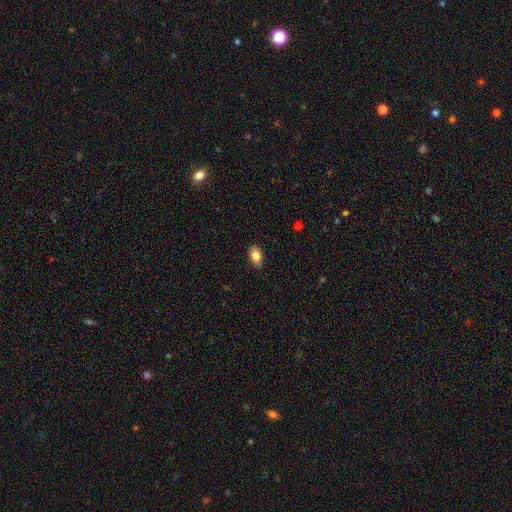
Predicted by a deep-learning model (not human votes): Morphology: type=smooth (83%); roundness=in between (90%); merging=none (89%).